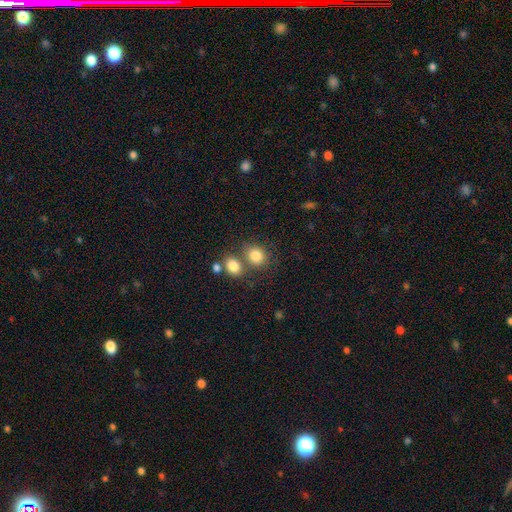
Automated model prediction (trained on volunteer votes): This appears to be a smooth galaxy with no disk features (83%) that is round (66%). Merging: none (56%).